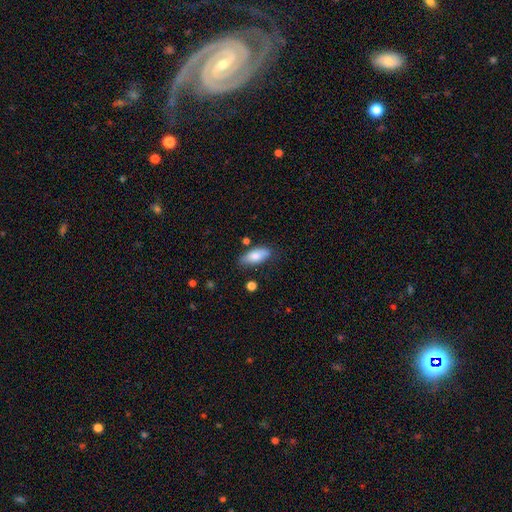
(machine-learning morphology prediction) A smooth galaxy with no disk features (80%) that is in between round and cigar-shaped (81%). Merging: none (74%).